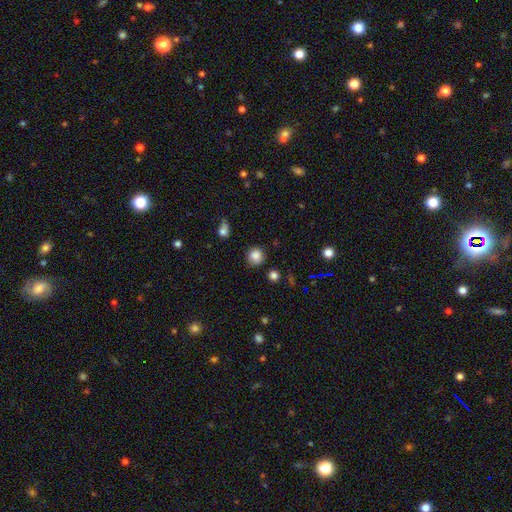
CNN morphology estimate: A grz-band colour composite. It shows a smooth galaxy with no disk features (84%) that is round (89%). Merging: none (81%).